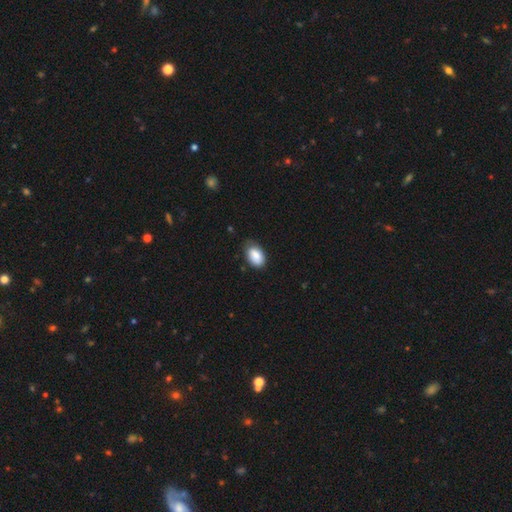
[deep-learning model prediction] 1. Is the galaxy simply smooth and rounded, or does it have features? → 87% smooth, 7% star or artifact, 6% featured or disk.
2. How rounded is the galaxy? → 91% in between, 8% round, 1% cigar-shaped.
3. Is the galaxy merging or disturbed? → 65% none, 29% minor disturbance, 5% major disturbance, 2% merger.